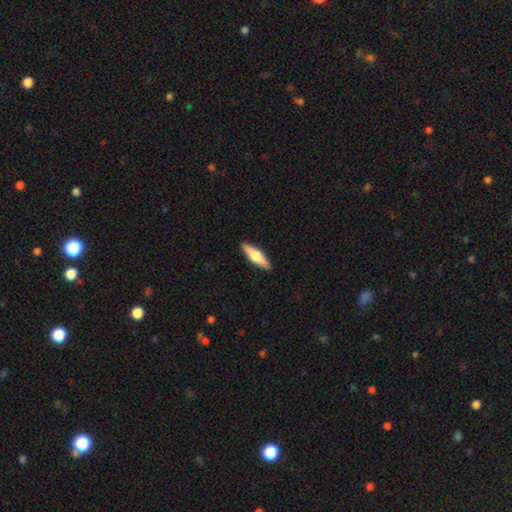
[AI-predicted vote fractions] A featured or disk galaxy (48%).

Vote fractions:
- Smooth or featured? featured or disk: 48% / smooth: 46% / star or artifact: 5%
- Merging? none: 91% / minor disturbance: 7% / major disturbance: 1% / merger: 1%